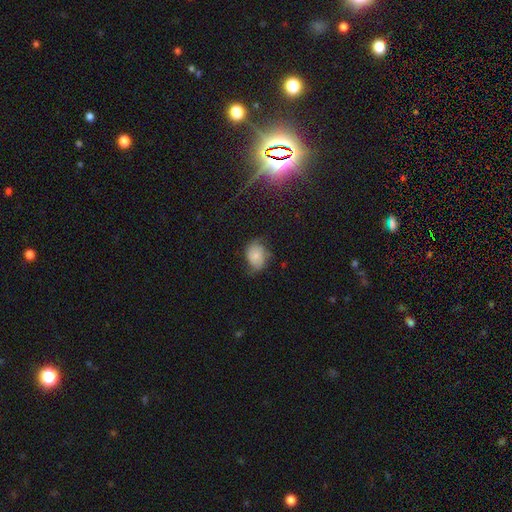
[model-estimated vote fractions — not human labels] This appears to be a smooth galaxy with no disk features (61%) that is in between round and cigar-shaped (71%). Merging: none (52%).